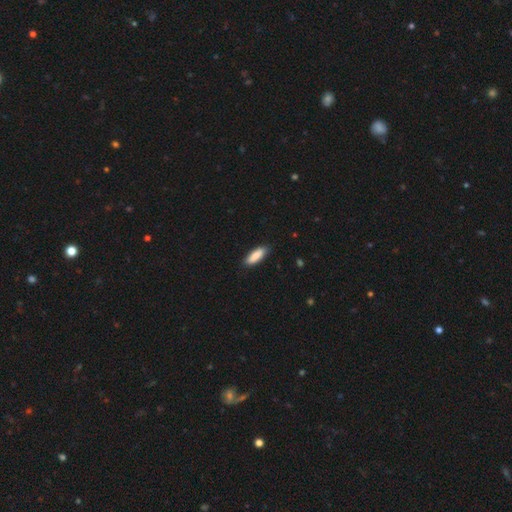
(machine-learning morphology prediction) Q: Smooth or featured?
A: smooth (87%); runner-up: featured or disk (8%)
Q: How rounded?
A: in between (54%); runner-up: cigar-shaped (45%)
Q: Merging?
A: none (86%); runner-up: minor disturbance (11%)